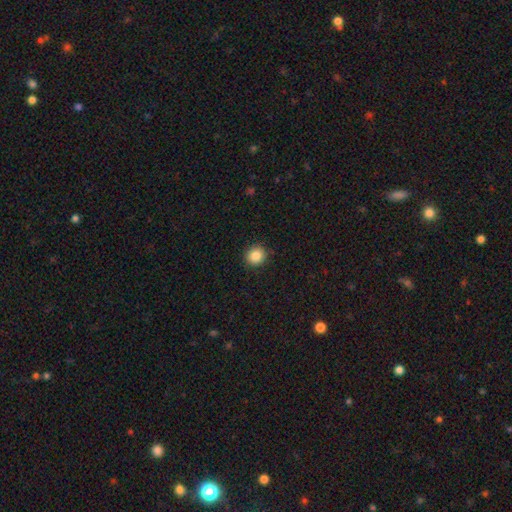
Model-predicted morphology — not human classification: type=smooth (86%); roundness=round (92%); merging=none (90%).